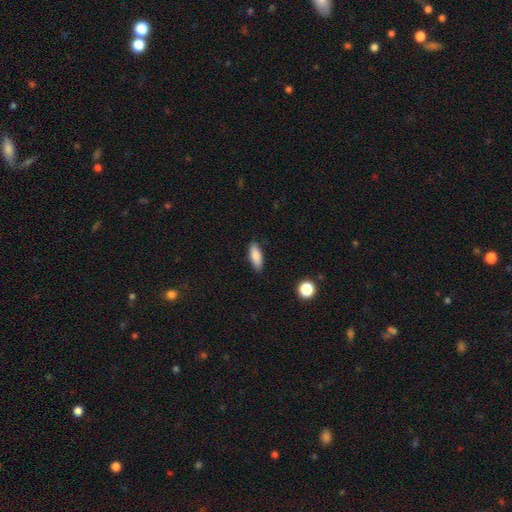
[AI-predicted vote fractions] Smooth or featured: smooth — 84% (featured or disk — 9%)
How rounded: in between — 69% (cigar-shaped — 28%)
Merging: none — 86% (minor disturbance — 10%)